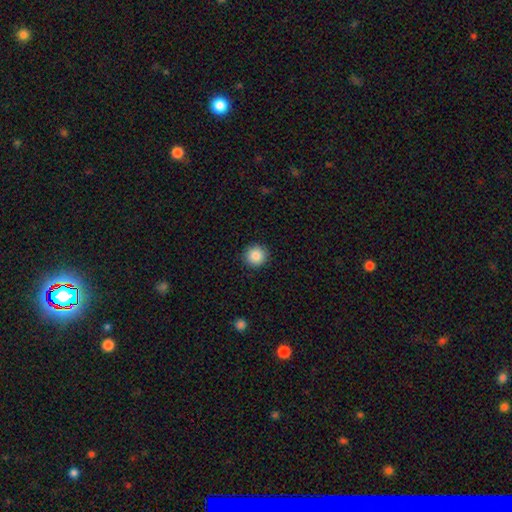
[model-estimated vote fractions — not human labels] This appears to be a smooth galaxy with no disk features (86%) that is round (94%). Merging: none (92%).